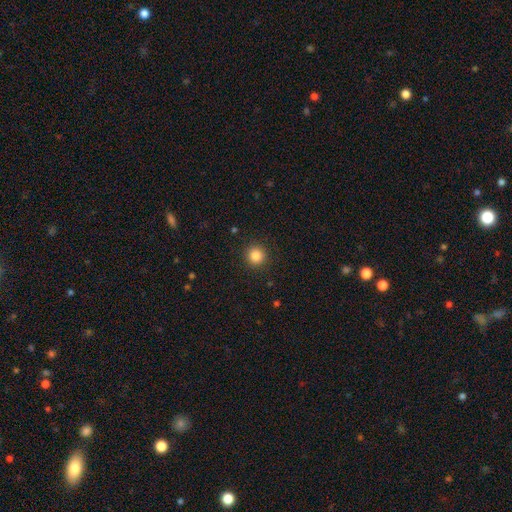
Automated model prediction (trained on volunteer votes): Smooth or featured? smooth (84%)
How rounded? round (95%)
Merging? none (92%)